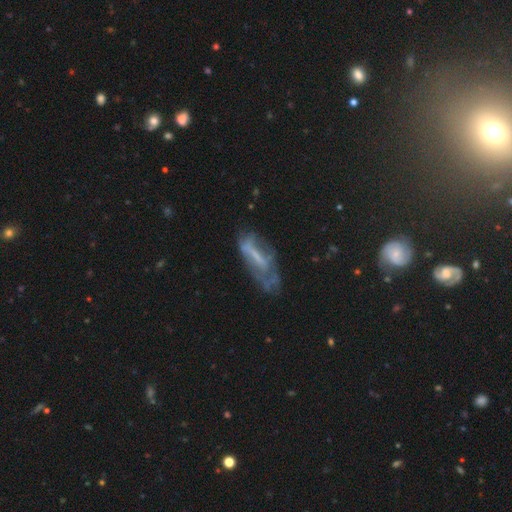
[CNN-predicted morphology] This appears to be a featured or disk galaxy (59%). Merging: none (40%).